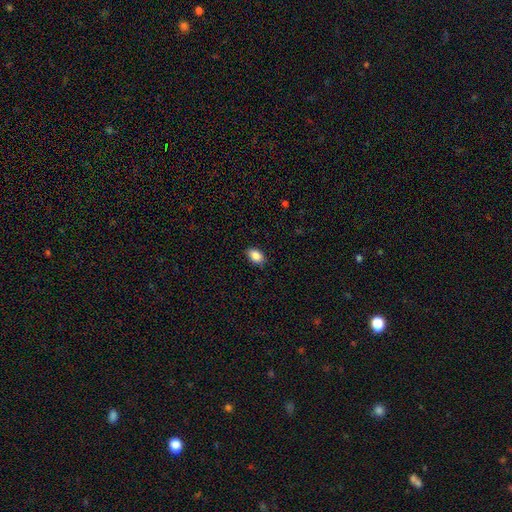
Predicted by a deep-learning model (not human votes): Overall: smooth (88%). How rounded: in between (86%). Merging: none (87%).